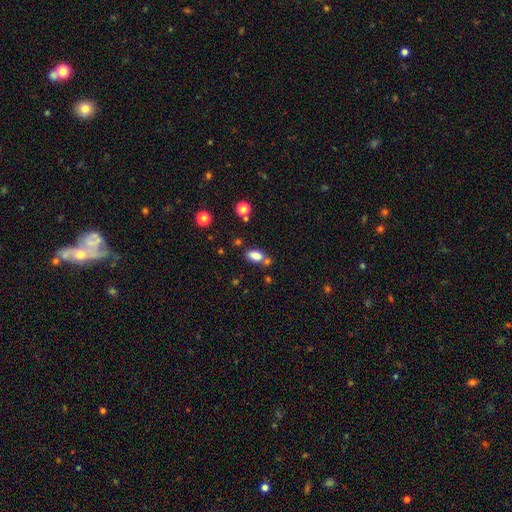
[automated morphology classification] This appears to be a smooth galaxy with no disk features (83%) that is in between round and cigar-shaped (90%). Merging: none (61%).